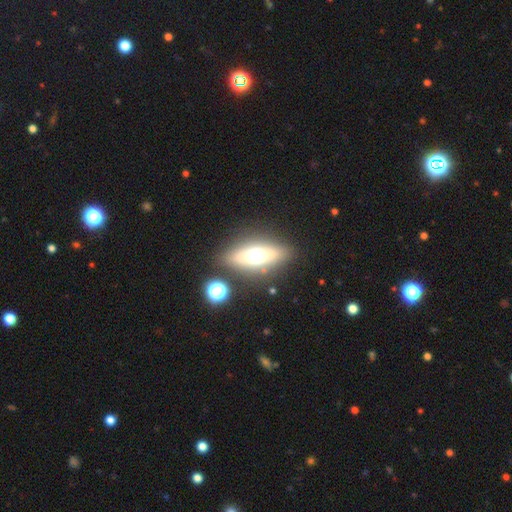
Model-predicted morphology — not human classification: Q: Smooth or featured?
A: smooth (48%); runner-up: featured or disk (38%)
Q: Merging?
A: none (81%); runner-up: minor disturbance (10%)